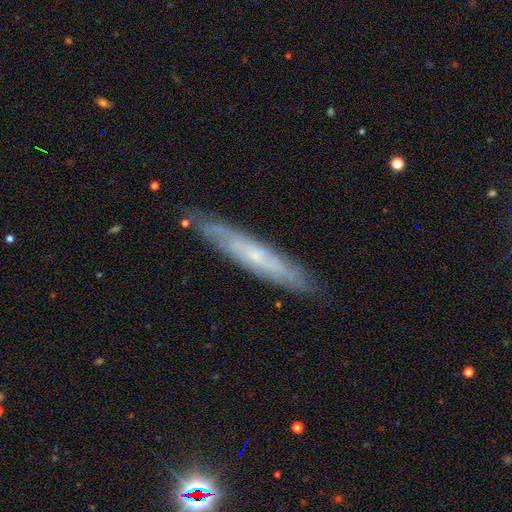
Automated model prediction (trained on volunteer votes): A featured or disk galaxy (62%) viewed edge-on (65%). Merging: none (84%).